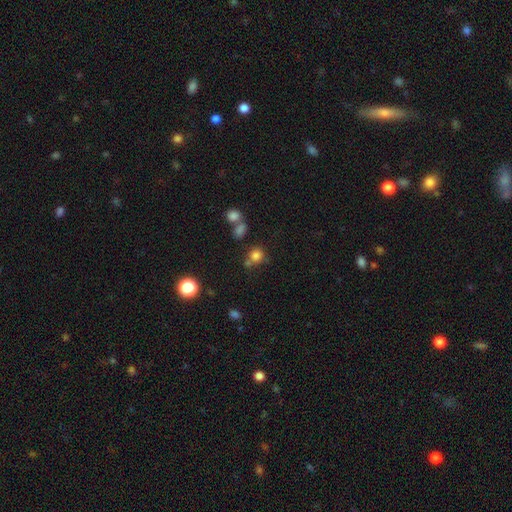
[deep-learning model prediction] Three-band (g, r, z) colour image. It shows a smooth galaxy with no disk features (78%) that is round (83%). Merging: none (60%).